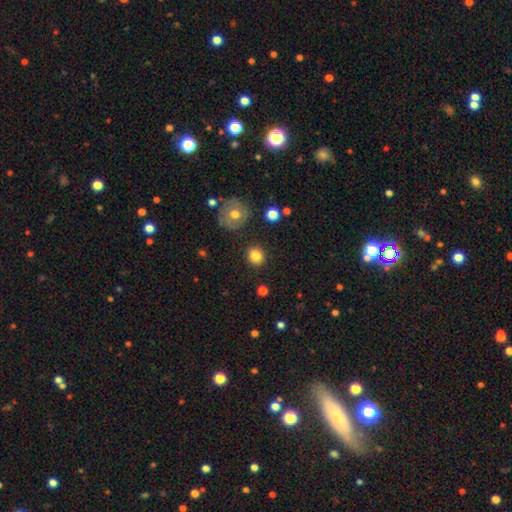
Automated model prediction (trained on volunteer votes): Smooth or featured?
  - smooth: 82% *
  - star or artifact: 11%
  - featured or disk: 7%
How rounded?
  - round: 87% *
  - in between: 12%
  - cigar-shaped: 1%
Merging?
  - none: 88% *
  - minor disturbance: 7%
  - major disturbance: 2%
  - merger: 2%